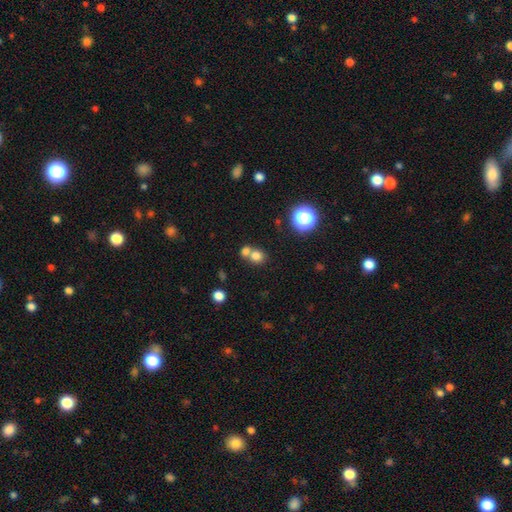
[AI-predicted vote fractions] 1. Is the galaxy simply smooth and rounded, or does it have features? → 76% smooth, 14% star or artifact, 10% featured or disk.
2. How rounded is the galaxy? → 78% round, 21% in between, 1% cigar-shaped.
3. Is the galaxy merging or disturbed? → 47% merger, 44% none, 6% minor disturbance, 3% major disturbance.